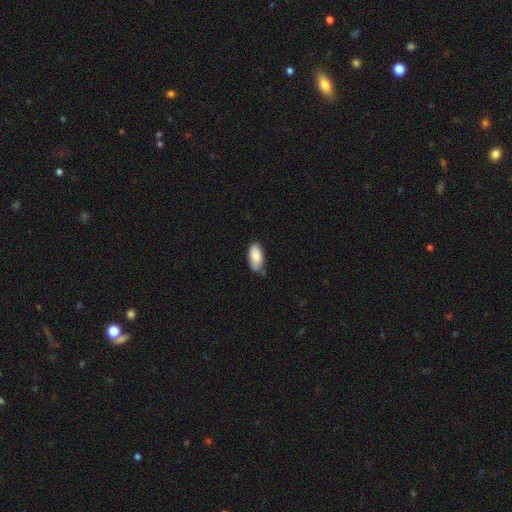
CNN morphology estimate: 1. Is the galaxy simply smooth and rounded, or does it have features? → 84% smooth, 10% featured or disk, 6% star or artifact.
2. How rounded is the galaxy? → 92% in between, 5% cigar-shaped, 2% round.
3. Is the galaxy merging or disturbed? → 61% none, 32% minor disturbance, 4% major disturbance, 3% merger.